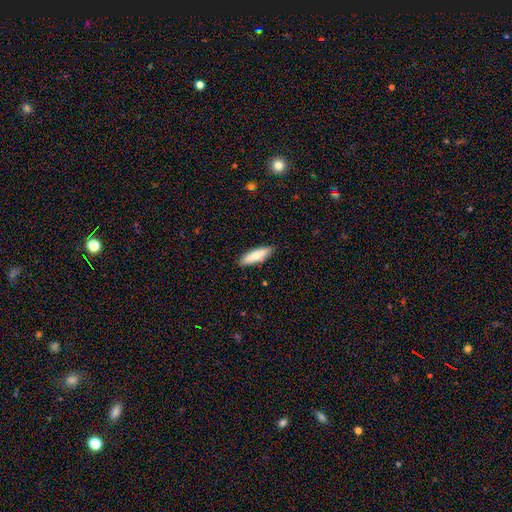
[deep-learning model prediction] Overall: smooth (77%). How rounded: cigar-shaped (57%; in between 42%). Merging: none (87%).